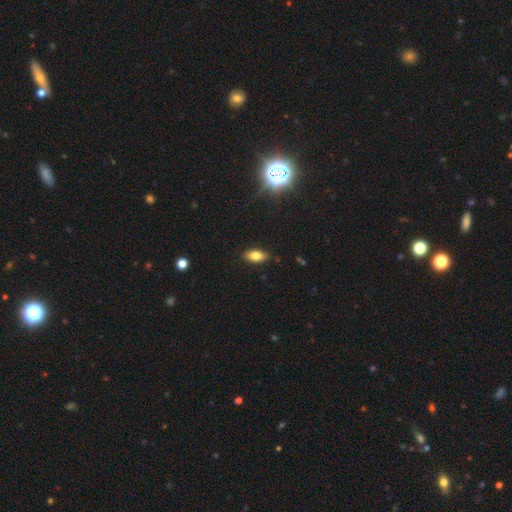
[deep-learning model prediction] Q: Smooth or featured?
A: smooth (77%); runner-up: featured or disk (13%)
Q: How rounded?
A: in between (87%); runner-up: cigar-shaped (9%)
Q: Merging?
A: none (86%); runner-up: minor disturbance (10%)